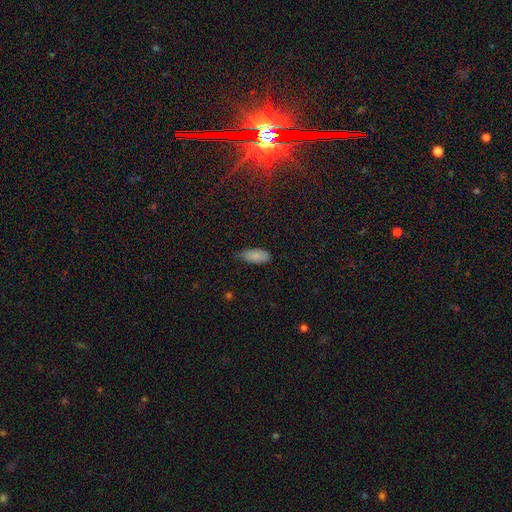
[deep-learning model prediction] This is clearly a smooth galaxy (85%). How rounded: clearly in between (88%). Merging: possibly none (54%).